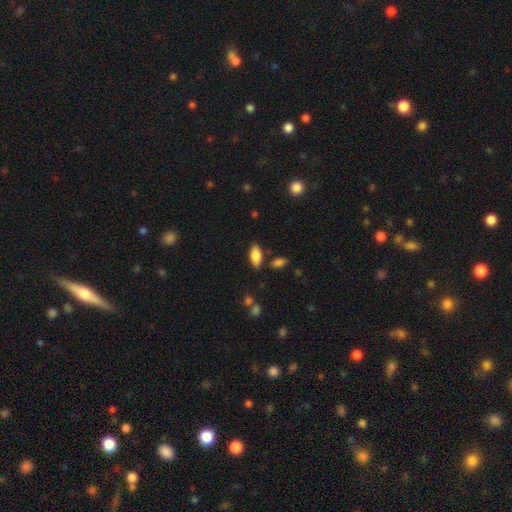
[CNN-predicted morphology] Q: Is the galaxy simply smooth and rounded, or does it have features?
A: smooth — 84%.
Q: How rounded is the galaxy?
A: in between — 88%.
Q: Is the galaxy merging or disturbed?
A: none — 81%.